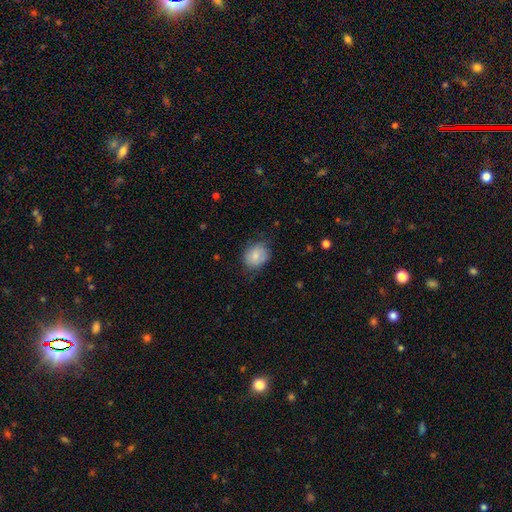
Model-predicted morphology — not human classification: A smooth galaxy with no disk features (80%) that is round (57%). Merging: none (68%).